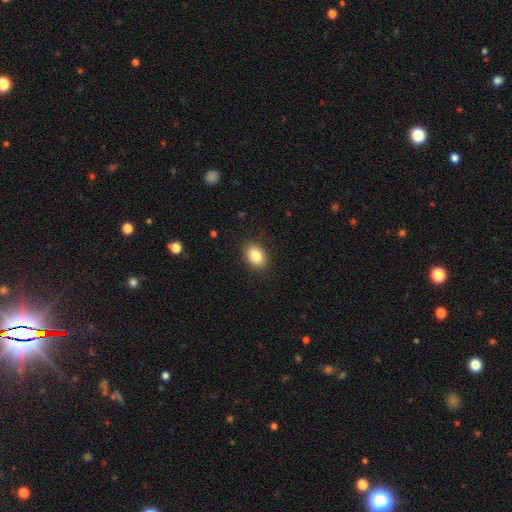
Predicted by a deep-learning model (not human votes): Q: Smooth or featured?
A: smooth (84%); runner-up: star or artifact (9%)
Q: How rounded?
A: in between (65%); runner-up: round (34%)
Q: Merging?
A: none (89%); runner-up: minor disturbance (8%)